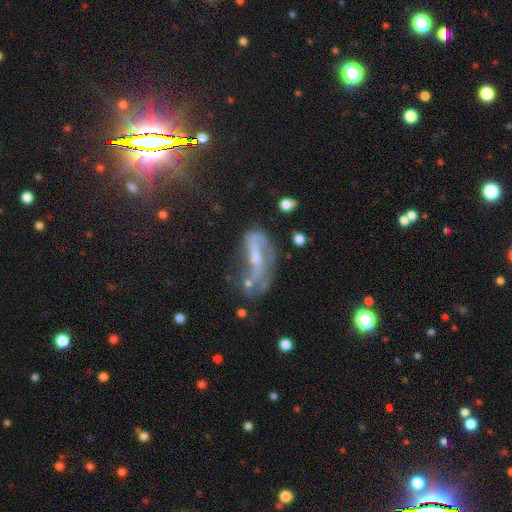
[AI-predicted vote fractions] Smooth or featured?
  - featured or disk: 61% *
  - smooth: 24%
  - star or artifact: 16%
Edge-on disk?
  - no: 83% *
  - yes: 17%
Bar?
  - no: 43% *
  - weak: 33%
  - strong: 23%
Spiral arms?
  - yes: 53% *
  - no: 47%
Bulge size?
  - small: 44% *
  - moderate: 30%
  - none: 21%
  - large: 4%
  - dominant: 2%
Merging?
  - none: 32% *
  - major disturbance: 31%
  - minor disturbance: 23%
  - merger: 14%